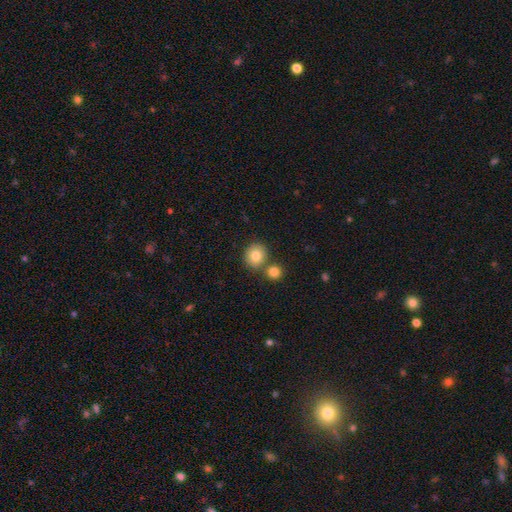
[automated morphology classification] smooth-or-featured: smooth: 81% | featured or disk: 10% | star or artifact: 9%
  how-rounded: round: 77% | in between: 22% | cigar-shaped: 1%
  merging: none: 65% | merger: 23% | minor disturbance: 9% | major disturbance: 3%